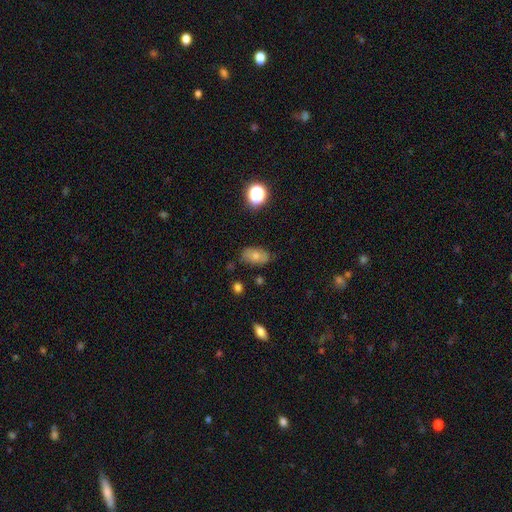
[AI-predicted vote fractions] A smooth galaxy with no disk features (71%) that is in between round and cigar-shaped (89%).

Vote fractions:
- Smooth or featured? smooth: 71% / featured or disk: 18% / star or artifact: 11%
- How rounded? in between: 89% / round: 9% / cigar-shaped: 3%
- Merging? none: 75% / minor disturbance: 19% / major disturbance: 4% / merger: 2%